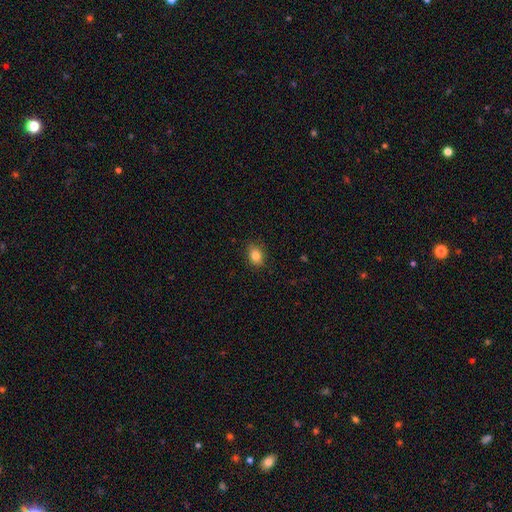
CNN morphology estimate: The model was most divided on "how rounded": in between: 62%, round: 37%, cigar-shaped: 1%. More confident: merging — none (85%); smooth or featured — smooth (84%).